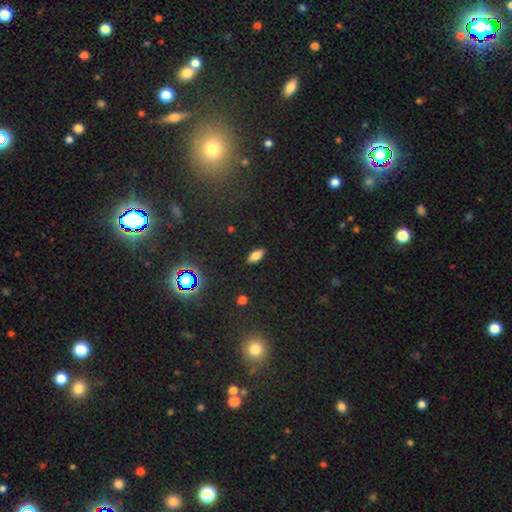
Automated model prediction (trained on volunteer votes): A smooth galaxy with no disk features (77%) that is in between round and cigar-shaped (85%). Merging: none (88%).